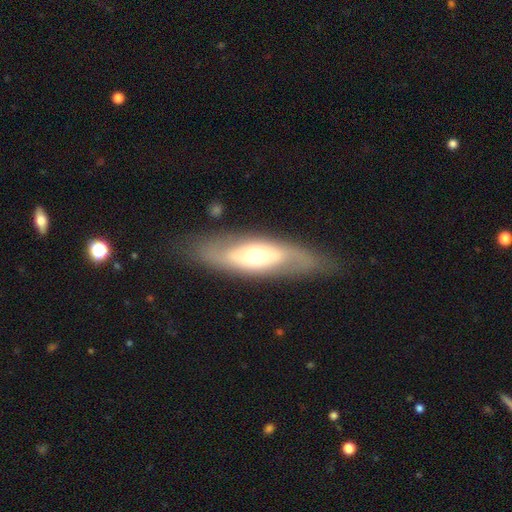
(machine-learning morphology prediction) type=featured or disk (58%); edge-on=no (74%); merging=none (78%).